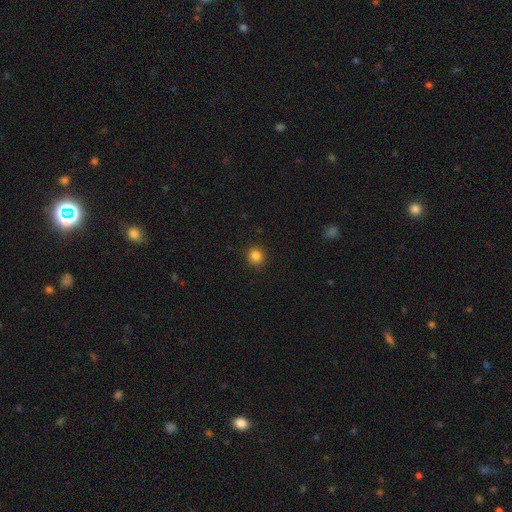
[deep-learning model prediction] Q: Smooth or featured?
A: smooth (84%); runner-up: star or artifact (12%)
Q: How rounded?
A: round (91%); runner-up: in between (8%)
Q: Merging?
A: none (91%); runner-up: minor disturbance (6%)